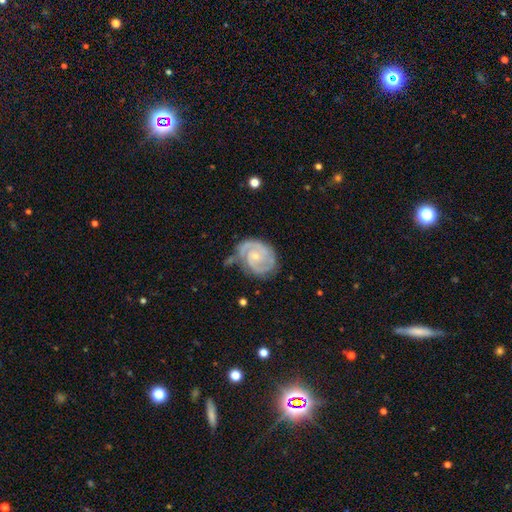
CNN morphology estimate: Q: Smooth or featured?
A: featured or disk (87%); runner-up: smooth (8%)
Q: Edge-on disk?
A: no (98%); runner-up: yes (2%)
Q: Bar?
A: no (64%); runner-up: weak (31%)
Q: Spiral arms?
A: yes (97%); runner-up: no (3%)
Q: Spiral winding?
A: tight (61%); runner-up: medium (33%)
Q: Spiral arm count?
A: 2 (67%); runner-up: 3 (13%)
Q: Bulge size?
A: small (70%); runner-up: moderate (25%)
Q: Merging?
A: none (57%); runner-up: minor disturbance (26%)